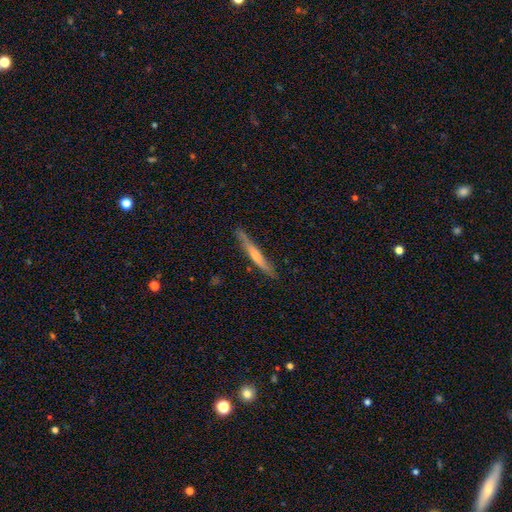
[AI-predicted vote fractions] Q: Smooth or featured?
A: smooth (48%); runner-up: featured or disk (46%)
Q: Merging?
A: none (84%); runner-up: minor disturbance (12%)